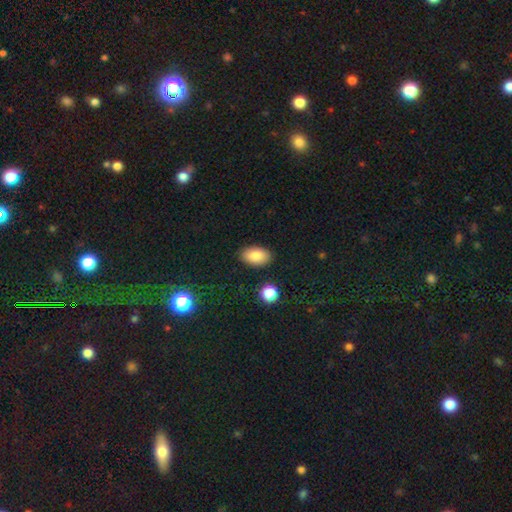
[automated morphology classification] type=smooth (85%); roundness=in between (93%); merging=none (87%).